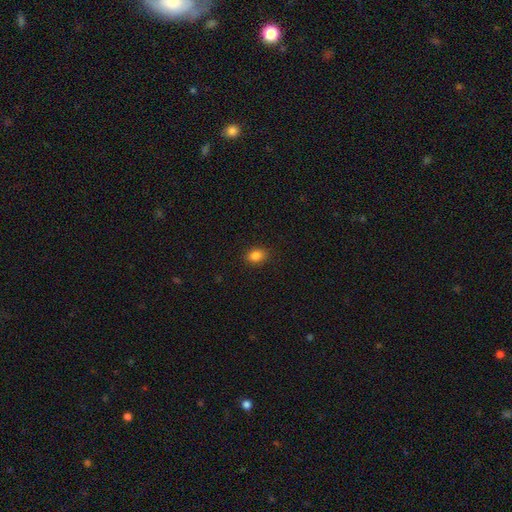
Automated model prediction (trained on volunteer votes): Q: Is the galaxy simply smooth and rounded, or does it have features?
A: smooth — 84%.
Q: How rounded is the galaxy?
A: in between — 57%.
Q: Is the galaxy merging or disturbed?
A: none — 89%.